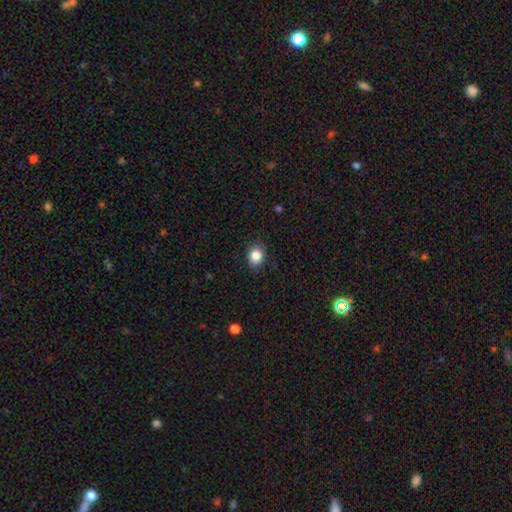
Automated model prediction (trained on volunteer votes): A smooth galaxy with no disk features (85%) that is round (52%).

Vote fractions:
- Smooth or featured? smooth: 85% / star or artifact: 10% / featured or disk: 5%
- How rounded? round: 52% / in between: 47% / cigar-shaped: 1%
- Merging? none: 86% / minor disturbance: 11% / major disturbance: 2% / merger: 1%